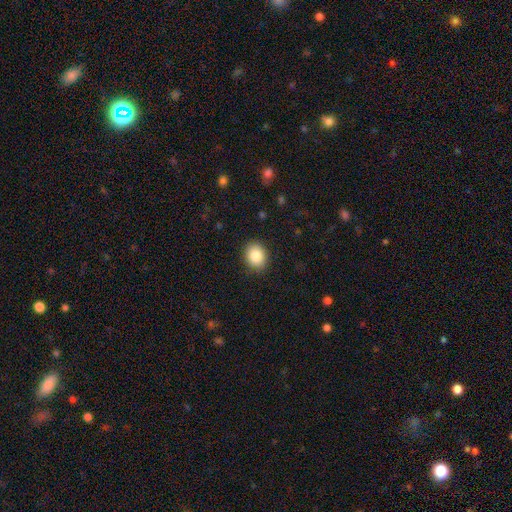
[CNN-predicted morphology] The model was most divided on "how rounded": round: 51%, in between: 48%, cigar-shaped: 1%. More confident: merging — none (89%); smooth or featured — smooth (86%).